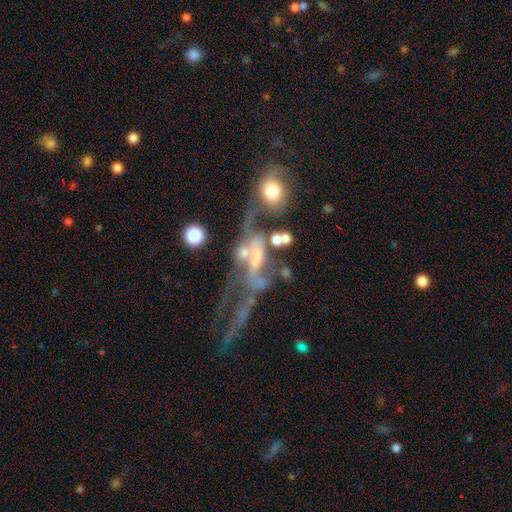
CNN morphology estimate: Q: Smooth or featured?
A: featured or disk (64%); runner-up: smooth (20%)
Q: Edge-on disk?
A: no (87%); runner-up: yes (13%)
Q: Bar?
A: no (61%); runner-up: weak (23%)
Q: Spiral arms?
A: no (52%); runner-up: yes (48%)
Q: Bulge size?
A: none (35%); runner-up: small (29%)
Q: Merging?
A: merger (41%); runner-up: major disturbance (35%)